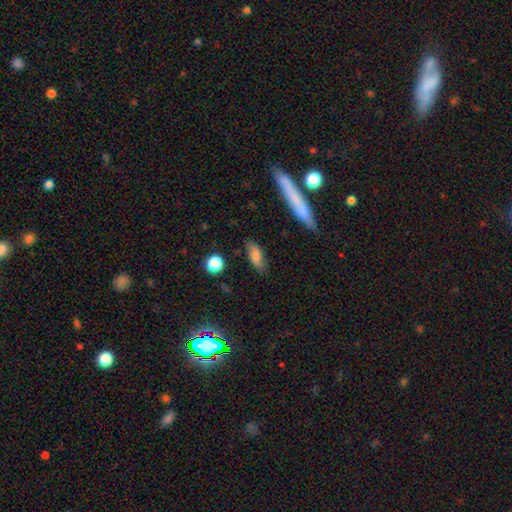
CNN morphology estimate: Overall: smooth (76%). How rounded: in between (75%). Merging: none (79%).